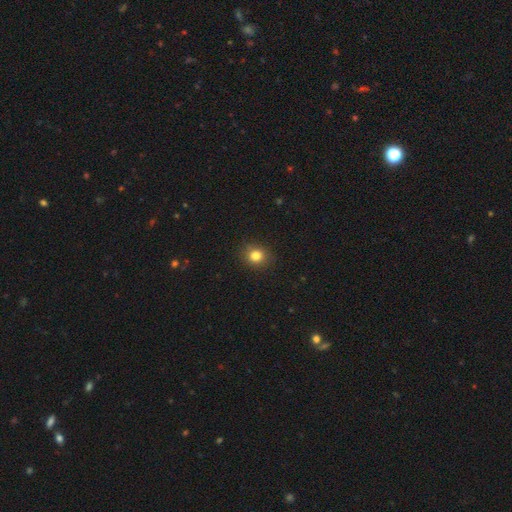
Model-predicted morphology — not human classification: type=smooth (83%); roundness=round (78%); merging=none (90%).